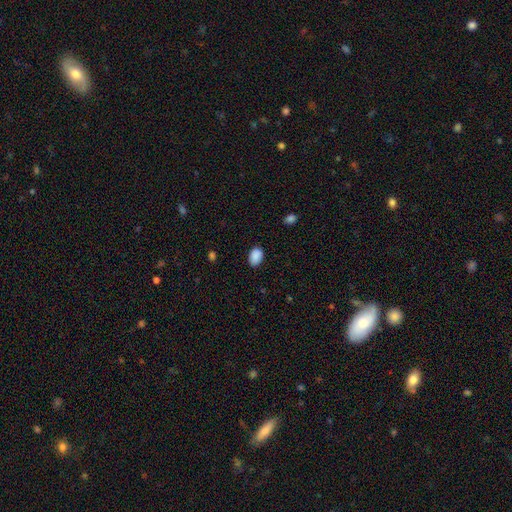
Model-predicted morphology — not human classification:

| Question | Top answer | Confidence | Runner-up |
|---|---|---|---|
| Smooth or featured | smooth | 90% | star or artifact (7%) |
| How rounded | in between | 84% | round (15%) |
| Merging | none | 84% | minor disturbance (12%) |